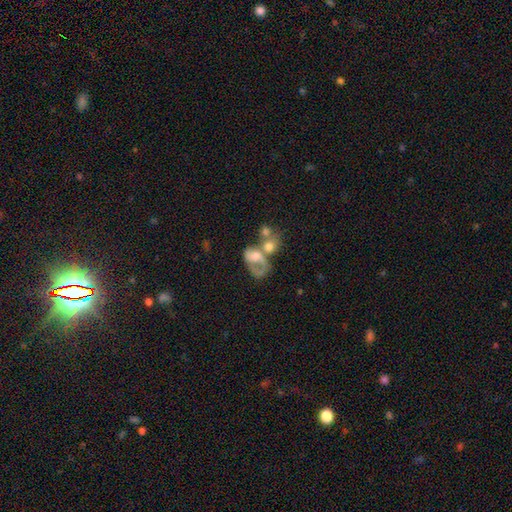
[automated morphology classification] This is possibly a featured or disk galaxy (47%). Merging: possibly merger (60%).